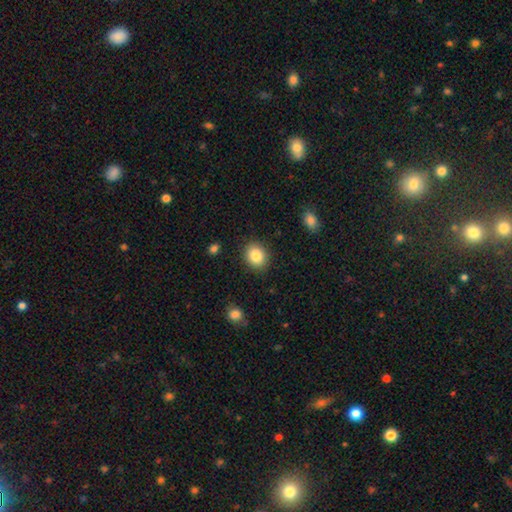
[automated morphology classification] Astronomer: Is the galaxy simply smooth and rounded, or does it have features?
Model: smooth — 84%.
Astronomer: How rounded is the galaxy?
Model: round — 59% (runner-up: in between, 40%).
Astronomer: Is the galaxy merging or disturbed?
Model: none — 89%.